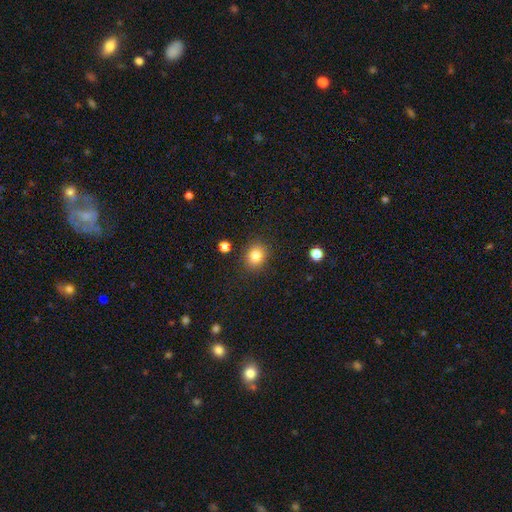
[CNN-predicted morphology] This appears to be a smooth galaxy with no disk features (84%) that is round (68%). Merging: none (86%).